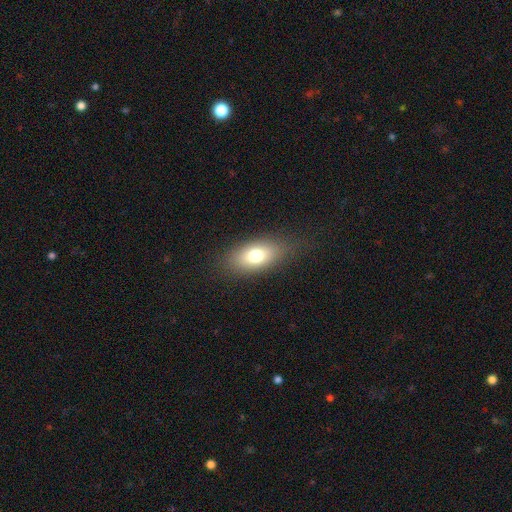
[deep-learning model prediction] A smooth galaxy with no disk features (74%) that is in between round and cigar-shaped (85%). Merging: none (78%).